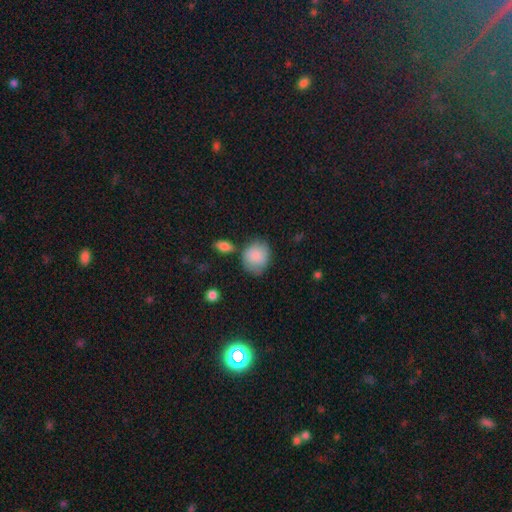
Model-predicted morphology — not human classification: The model was most divided on "how rounded": round: 67%, in between: 32%, cigar-shaped: 1%. More confident: smooth or featured — smooth (85%); merging — none (61%).